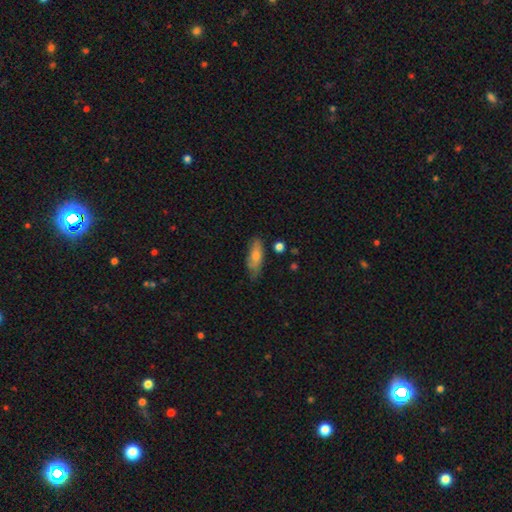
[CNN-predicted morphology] This appears to be a smooth galaxy with no disk features (65%) that is in between round and cigar-shaped (61%). Merging: none (69%).